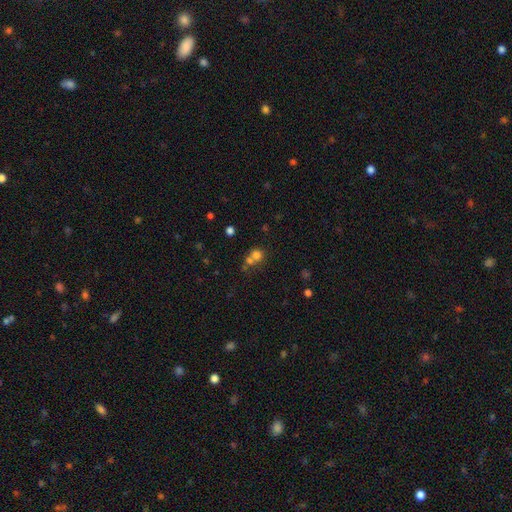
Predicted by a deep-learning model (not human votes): smooth-or-featured: smooth: 71% | star or artifact: 17% | featured or disk: 12%
  how-rounded: round: 82% | in between: 17% | cigar-shaped: 1%
  merging: merger: 51% | none: 38% | minor disturbance: 7% | major disturbance: 4%